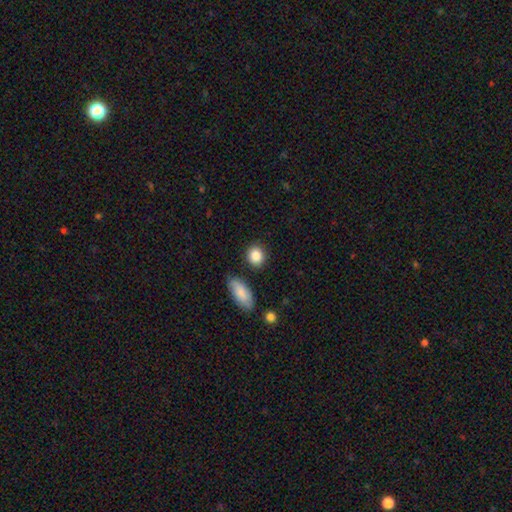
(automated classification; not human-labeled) A smooth galaxy with no disk features (87%) that is round (67%).

Vote fractions:
- Smooth or featured? smooth: 87% / star or artifact: 8% / featured or disk: 5%
- How rounded? round: 67% / in between: 31% / cigar-shaped: 2%
- Merging? none: 84% / minor disturbance: 9% / merger: 4% / major disturbance: 2%